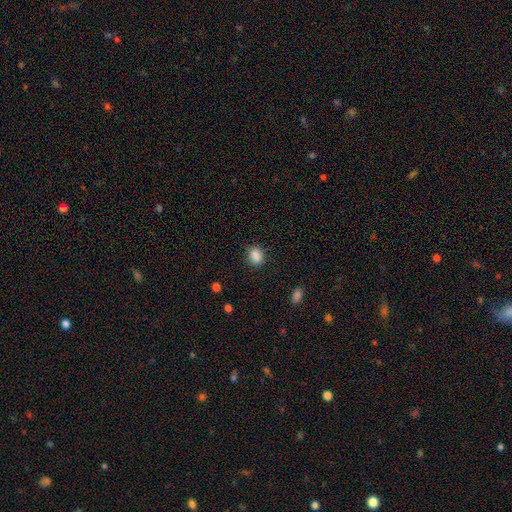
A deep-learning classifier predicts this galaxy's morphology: type=smooth (87%); roundness=in between (52%); merging=none (82%).